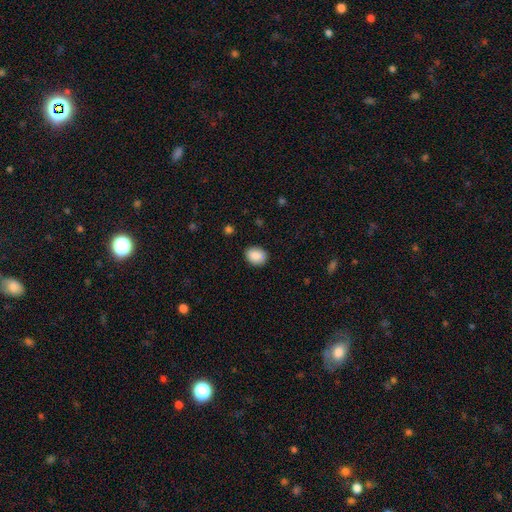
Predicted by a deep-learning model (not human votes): The model was most divided on "how rounded": in between: 56%, round: 43%, cigar-shaped: 1%. More confident: smooth or featured — smooth (89%); merging — none (87%).